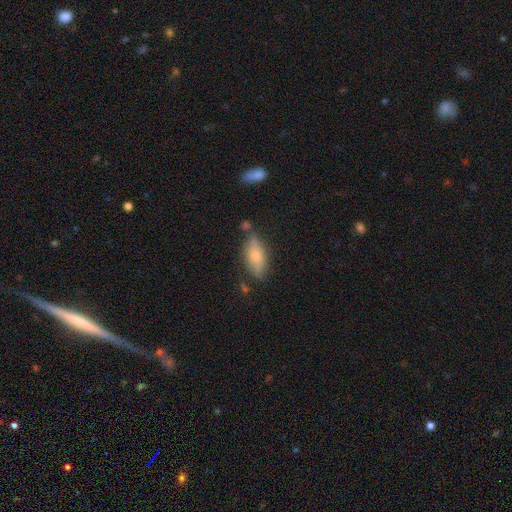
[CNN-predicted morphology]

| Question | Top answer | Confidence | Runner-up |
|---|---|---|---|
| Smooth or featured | smooth | 62% | featured or disk (30%) |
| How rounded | in between | 69% | cigar-shaped (28%) |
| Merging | none | 68% | minor disturbance (21%) |